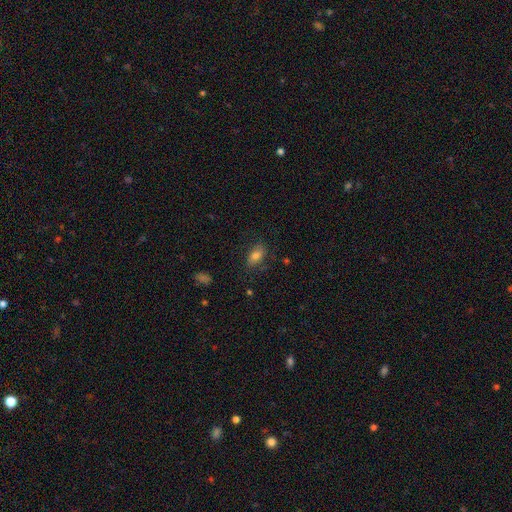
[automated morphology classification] This appears to be a smooth galaxy with no disk features (76%) that is in between round and cigar-shaped (87%). Merging: none (77%).